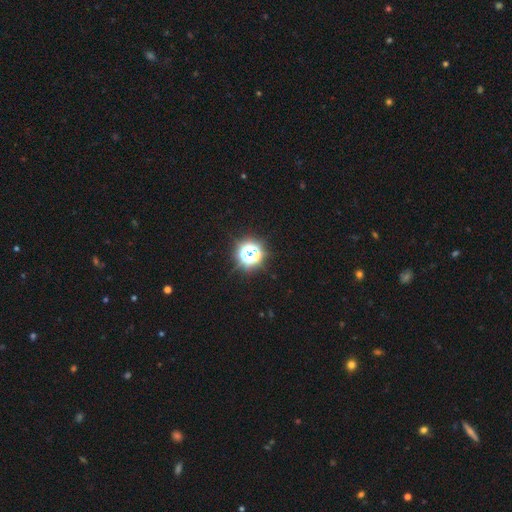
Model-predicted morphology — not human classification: smooth-or-featured: star or artifact: 61% | smooth: 29% | featured or disk: 10%